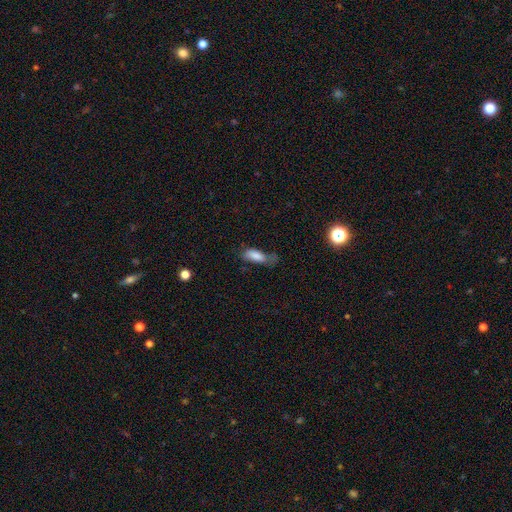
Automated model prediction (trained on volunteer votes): smooth-or-featured: smooth: 78% | featured or disk: 13% | star or artifact: 9%
  how-rounded: in between: 73% | cigar-shaped: 25% | round: 3%
  merging: none: 35% | minor disturbance: 33% | major disturbance: 28% | merger: 4%